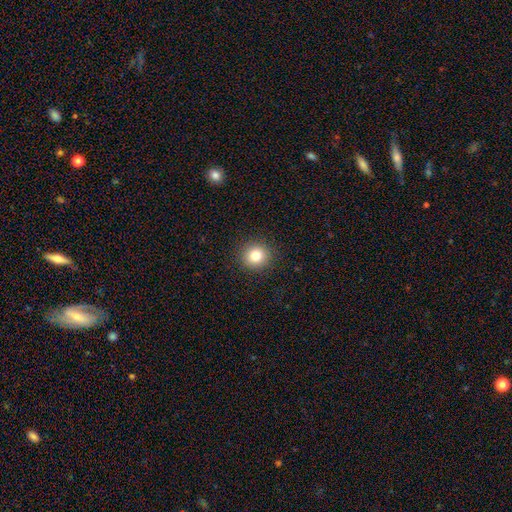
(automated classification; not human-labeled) Smooth or featured: smooth — 82% (star or artifact — 11%)
How rounded: round — 91% (in between — 8%)
Merging: none — 91% (minor disturbance — 6%)